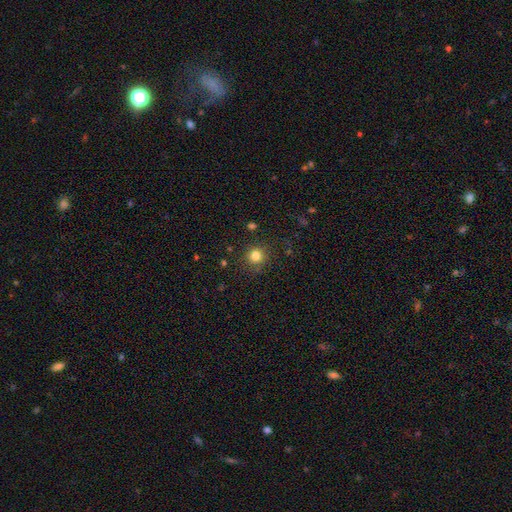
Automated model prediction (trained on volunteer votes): This appears to be a smooth galaxy with no disk features (82%) that is round (93%). Merging: none (86%).